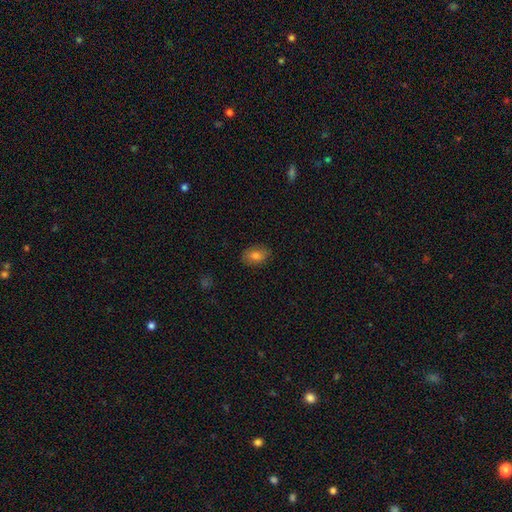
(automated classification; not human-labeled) A smooth galaxy with no disk features (79%) that is in between round and cigar-shaped (81%). Merging: none (85%).